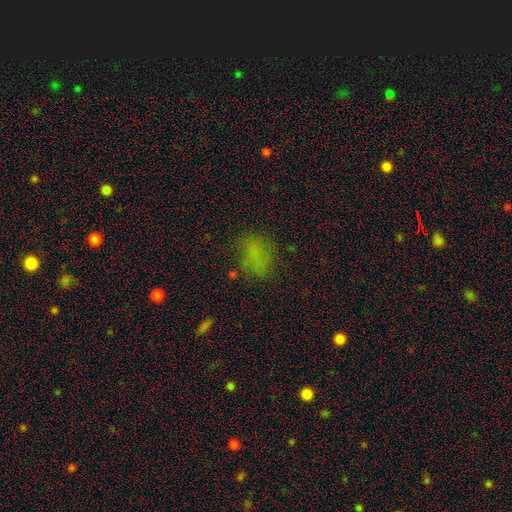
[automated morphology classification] type=smooth (66%); roundness=in between (71%); merging=none (65%).